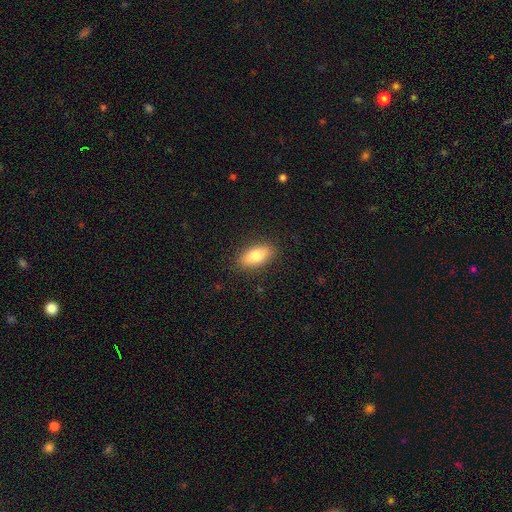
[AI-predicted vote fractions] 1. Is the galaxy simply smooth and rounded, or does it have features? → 81% smooth, 13% featured or disk, 7% star or artifact.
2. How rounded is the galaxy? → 84% in between, 12% cigar-shaped, 3% round.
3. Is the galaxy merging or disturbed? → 88% none, 9% minor disturbance, 2% major disturbance, 1% merger.